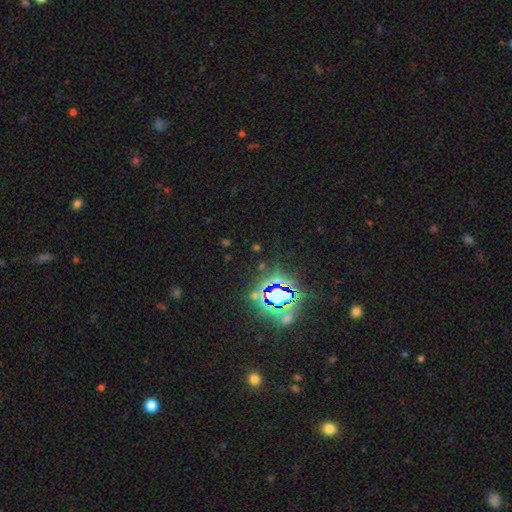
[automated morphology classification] A star or artifact, not a galaxy (81%).

Vote fractions:
- Smooth or featured? star or artifact: 81% / smooth: 11% / featured or disk: 8%